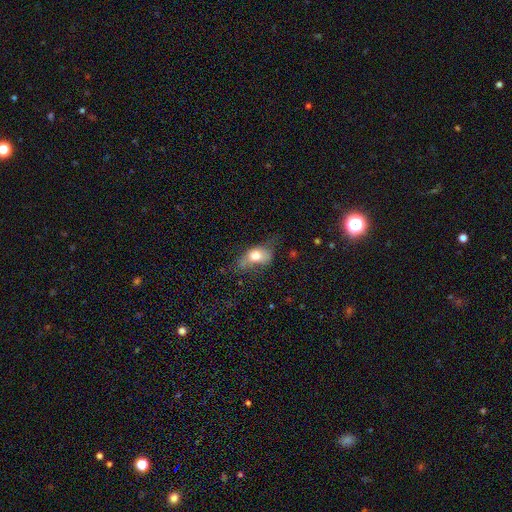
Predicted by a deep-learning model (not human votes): A smooth galaxy with no disk features (68%) that is in between round and cigar-shaped (81%).

Vote fractions:
- Smooth or featured? smooth: 68% / featured or disk: 23% / star or artifact: 9%
- How rounded? in between: 81% / round: 13% / cigar-shaped: 6%
- Merging? minor disturbance: 34% / none: 32% / major disturbance: 31% / merger: 4%